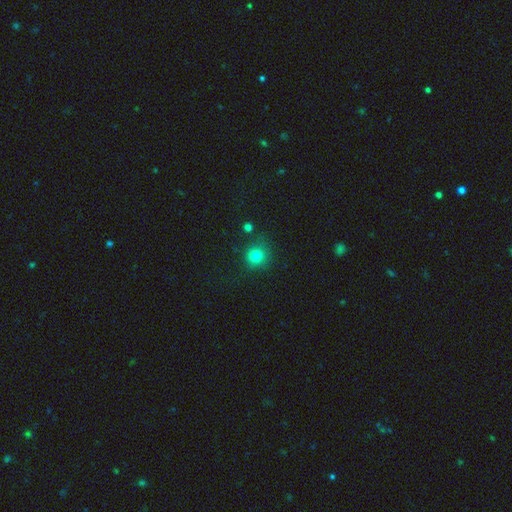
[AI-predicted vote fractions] Smooth or featured? smooth (79%)
How rounded? round (90%)
Merging? none (79%)